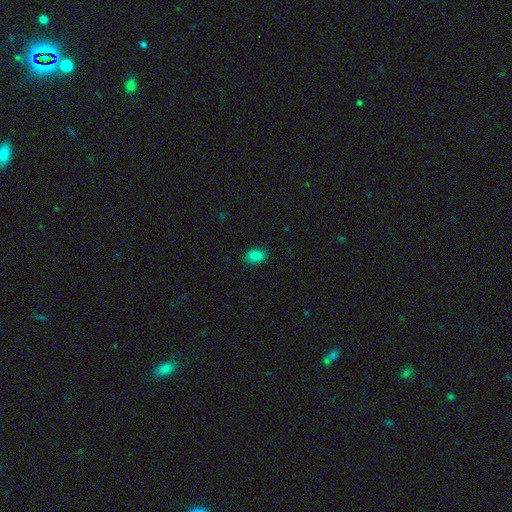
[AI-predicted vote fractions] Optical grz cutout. It shows a smooth galaxy with no disk features (84%) that is in between round and cigar-shaped (86%). Merging: none (87%).